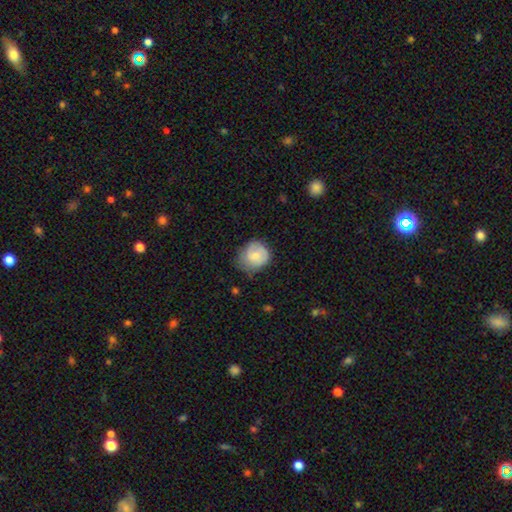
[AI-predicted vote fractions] Smooth or featured? Predicted: smooth (p=0.69). How rounded? Predicted: round (p=0.79). Merging? Predicted: none (p=0.51).